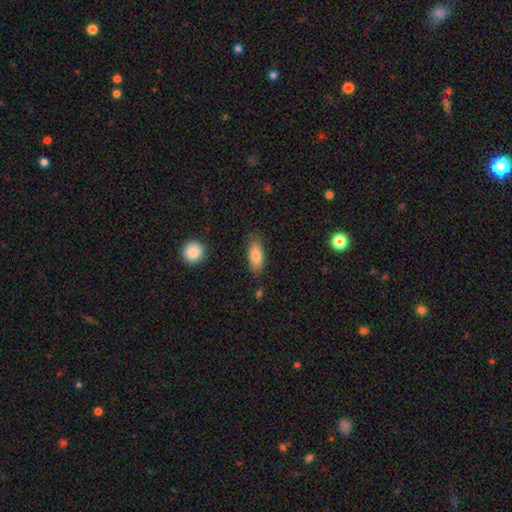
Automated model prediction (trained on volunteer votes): Morphology: type=smooth (80%); roundness=in between (75%); merging=none (80%).